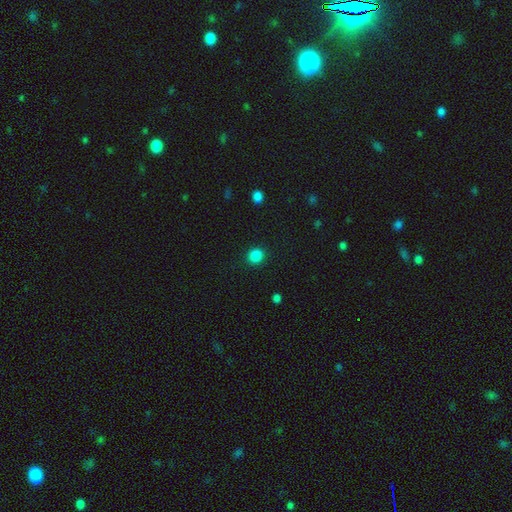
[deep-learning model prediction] A smooth galaxy with no disk features (86%) that is round (87%).

Vote fractions:
- Smooth or featured? smooth: 86% / star or artifact: 11% / featured or disk: 3%
- How rounded? round: 87% / in between: 13% / cigar-shaped: 1%
- Merging? none: 91% / minor disturbance: 6% / major disturbance: 2% / merger: 1%